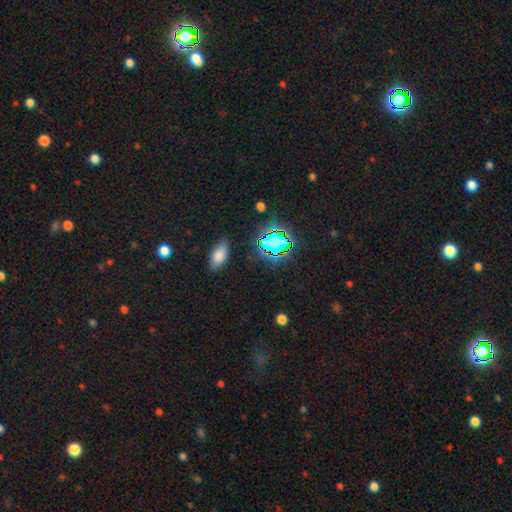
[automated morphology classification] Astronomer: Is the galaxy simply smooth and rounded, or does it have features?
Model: star or artifact — 52% (runner-up: smooth, 36%).